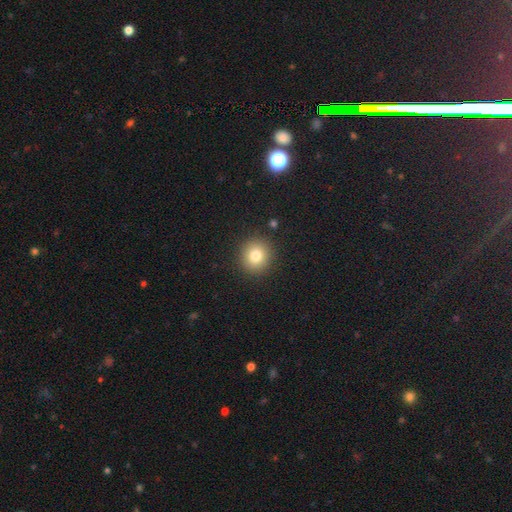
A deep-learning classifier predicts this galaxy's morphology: Q: Smooth or featured?
A: smooth (80%); runner-up: star or artifact (11%)
Q: How rounded?
A: round (87%); runner-up: in between (12%)
Q: Merging?
A: none (90%); runner-up: minor disturbance (6%)